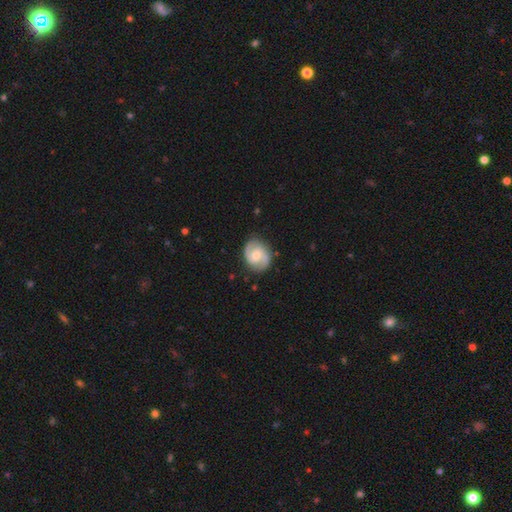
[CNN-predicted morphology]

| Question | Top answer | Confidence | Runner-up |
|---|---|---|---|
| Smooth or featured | featured or disk | 83% | smooth (13%) |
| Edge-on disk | no | 98% | yes (2%) |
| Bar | weak | 47% | no (45%) |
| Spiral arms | yes | 97% | no (3%) |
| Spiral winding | medium | 53% | tight (30%) |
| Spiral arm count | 2 | 92% | can't tell (3%) |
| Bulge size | moderate | 52% | small (39%) |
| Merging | none | 83% | minor disturbance (12%) |